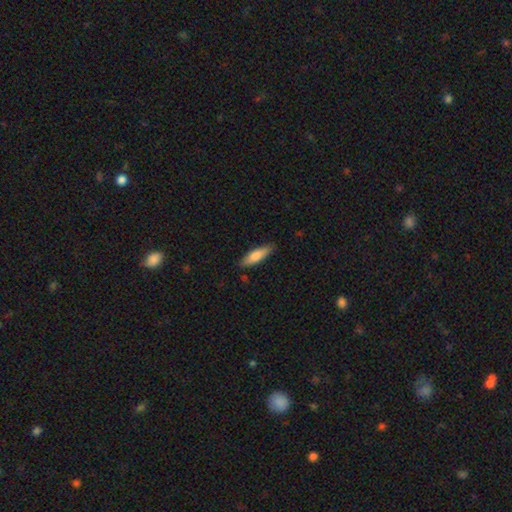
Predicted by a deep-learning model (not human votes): This appears to be a smooth galaxy with no disk features (77%) that is cigar-shaped (60%). Merging: none (85%).